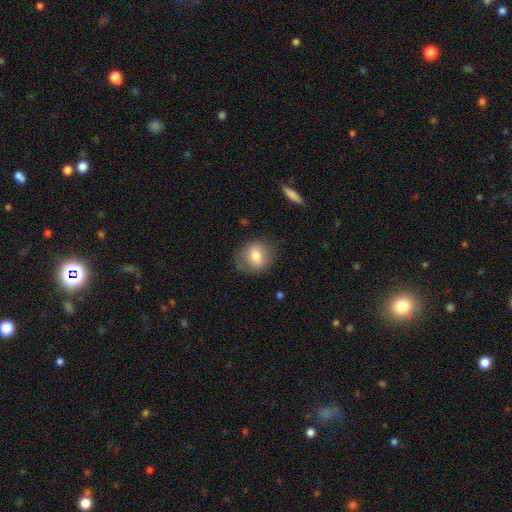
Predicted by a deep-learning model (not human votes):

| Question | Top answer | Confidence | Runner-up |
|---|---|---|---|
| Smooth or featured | smooth | 73% | featured or disk (19%) |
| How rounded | round | 67% | in between (32%) |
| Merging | none | 73% | minor disturbance (19%) |